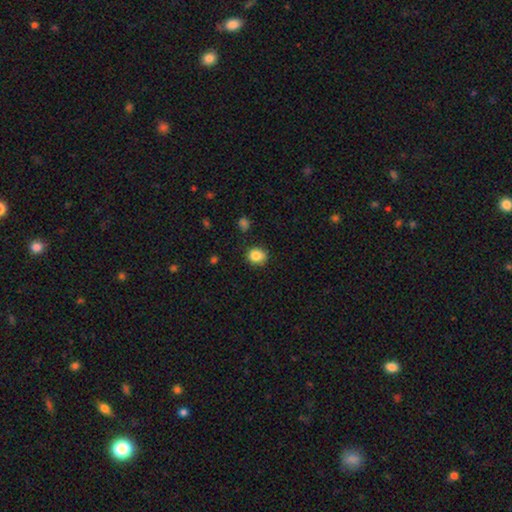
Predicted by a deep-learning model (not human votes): Overall: smooth (85%). How rounded: round (68%; in between 31%). Merging: none (81%).